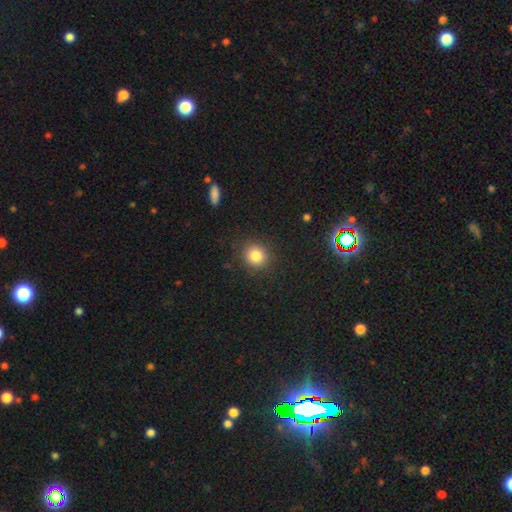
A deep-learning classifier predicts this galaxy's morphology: Smooth or featured? smooth (82%)
How rounded? round (84%)
Merging? none (86%)